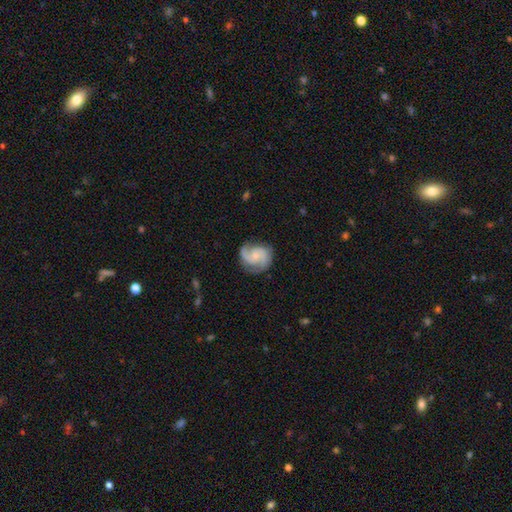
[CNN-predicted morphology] Smooth or featured? featured or disk (82%)
Edge-on disk? no (98%)
Bar? no (65%)
Spiral arms? yes (97%)
Spiral winding? medium (51%)
Spiral arm count? 2 (79%)
Bulge size? small (64%)
Merging? none (74%)